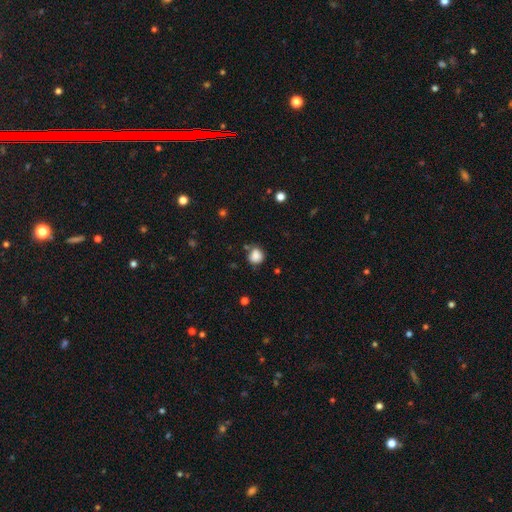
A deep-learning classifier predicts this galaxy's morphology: A smooth galaxy with no disk features (85%) that is round (81%). Merging: none (69%).